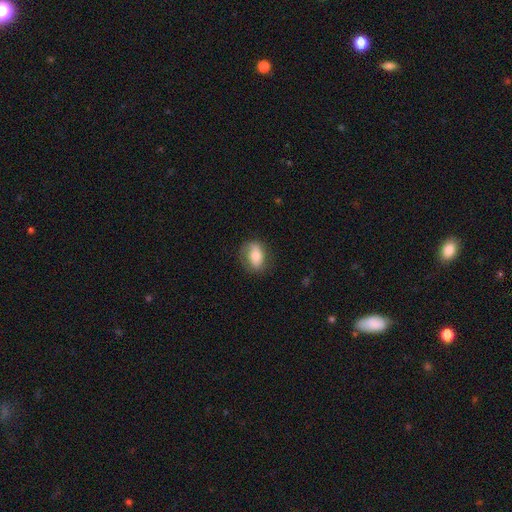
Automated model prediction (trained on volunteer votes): A smooth galaxy with no disk features (62%) that is in between round and cigar-shaped (78%). Merging: none (72%).